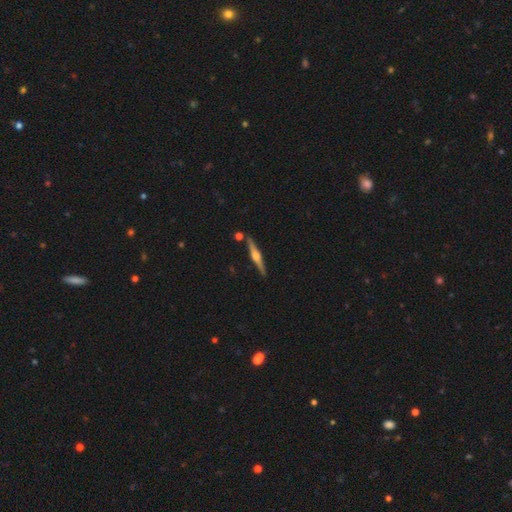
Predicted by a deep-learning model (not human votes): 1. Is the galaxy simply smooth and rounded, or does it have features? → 75% featured or disk, 20% smooth, 6% star or artifact.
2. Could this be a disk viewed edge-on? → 98% yes, 2% no.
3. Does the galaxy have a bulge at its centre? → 91% rounded, 5% boxy, 4% none.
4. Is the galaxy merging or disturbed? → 87% none, 8% minor disturbance, 4% merger, 2% major disturbance.